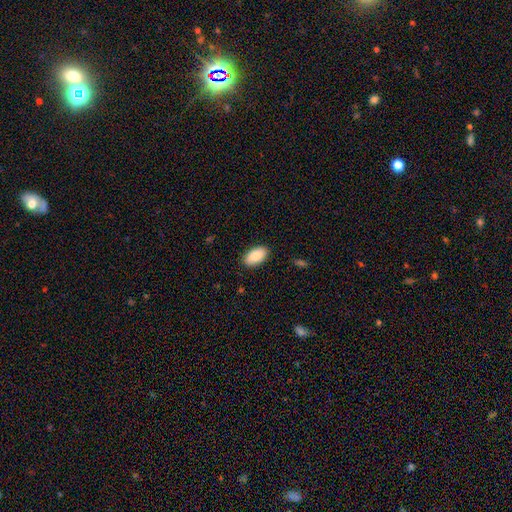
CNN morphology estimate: A smooth galaxy with no disk features (87%) that is in between round and cigar-shaped (95%).

Vote fractions:
- Smooth or featured? smooth: 87% / featured or disk: 7% / star or artifact: 6%
- How rounded? in between: 95% / round: 3% / cigar-shaped: 2%
- Merging? none: 88% / minor disturbance: 9% / major disturbance: 2% / merger: 1%